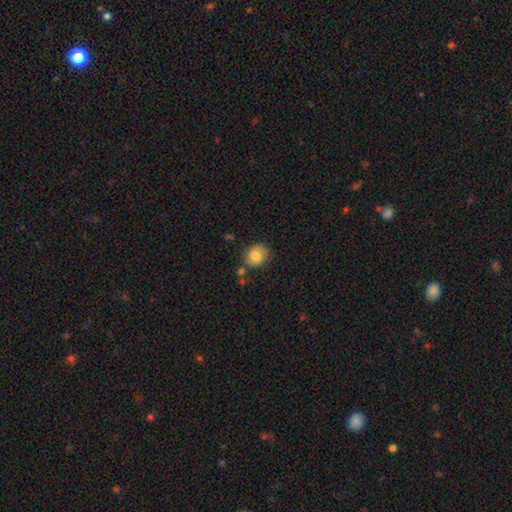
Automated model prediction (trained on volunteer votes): Q: Smooth or featured?
A: smooth (82%); runner-up: featured or disk (10%)
Q: How rounded?
A: round (71%); runner-up: in between (28%)
Q: Merging?
A: none (74%); runner-up: minor disturbance (16%)